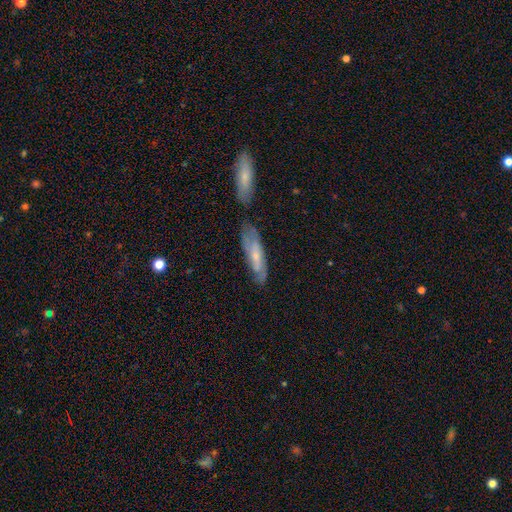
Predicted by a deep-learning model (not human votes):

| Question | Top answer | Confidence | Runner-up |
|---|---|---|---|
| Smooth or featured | featured or disk | 54% | smooth (39%) |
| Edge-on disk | no | 69% | yes (31%) |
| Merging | none | 62% | minor disturbance (20%) |